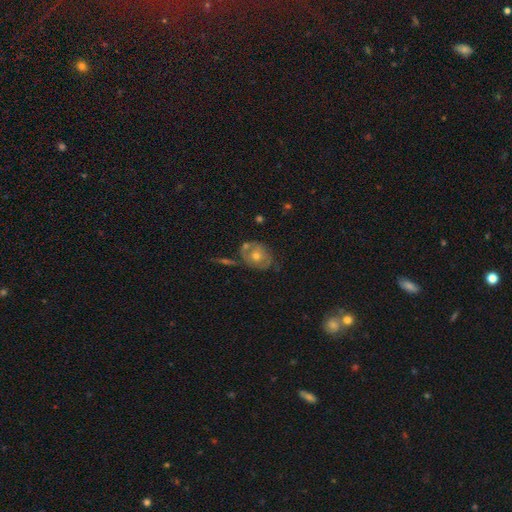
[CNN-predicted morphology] This is possibly a featured or disk galaxy (59%). It is clearly not viewed edge-on (93%). Bar: clearly no (87%). Spiral arm pattern: possibly no (53%). Central bulge: likely moderate (69%). Merging: possibly none (58%).